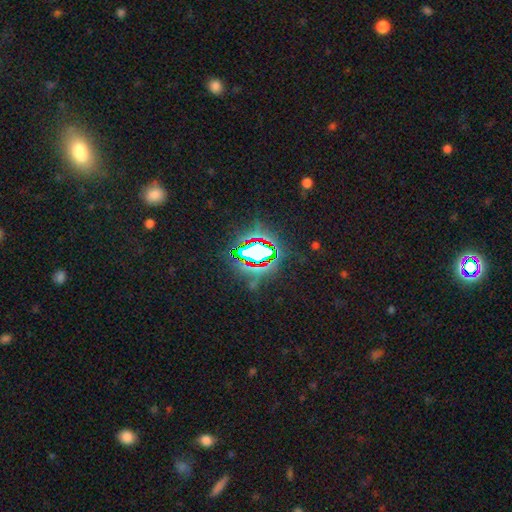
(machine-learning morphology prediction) This appears to be a star or artifact, not a galaxy (74%).